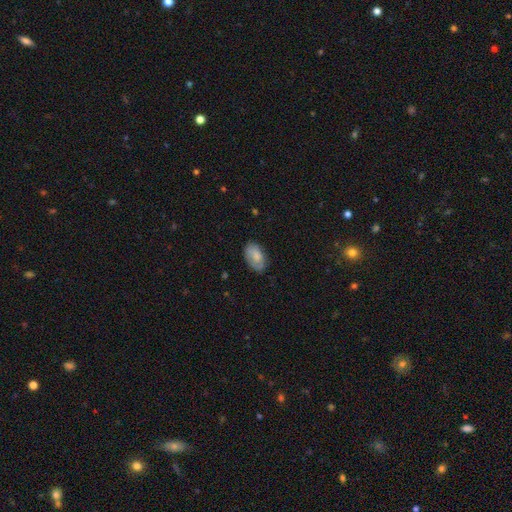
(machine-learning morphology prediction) This appears to be a smooth galaxy with no disk features (77%) that is in between round and cigar-shaped (93%). Merging: none (75%).